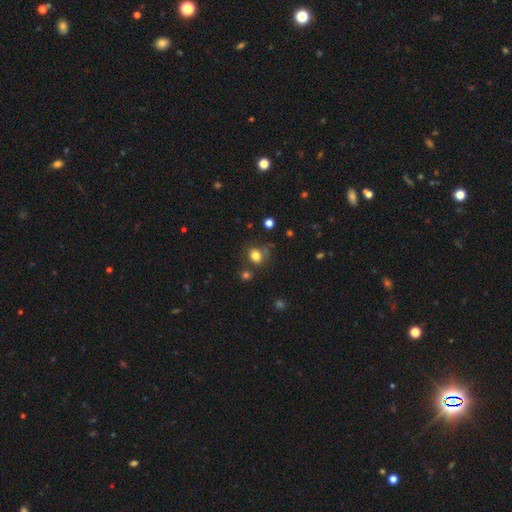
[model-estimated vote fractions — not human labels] Smooth or featured: smooth — 79% (star or artifact — 14%)
How rounded: round — 64% (in between — 35%)
Merging: none — 68% (minor disturbance — 17%)